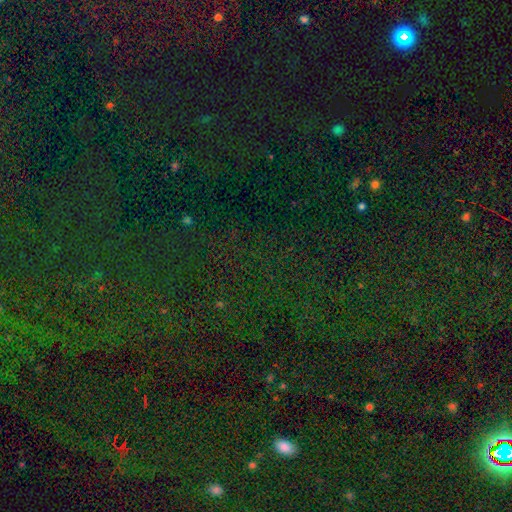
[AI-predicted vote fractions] Smooth or featured? star or artifact (82%)